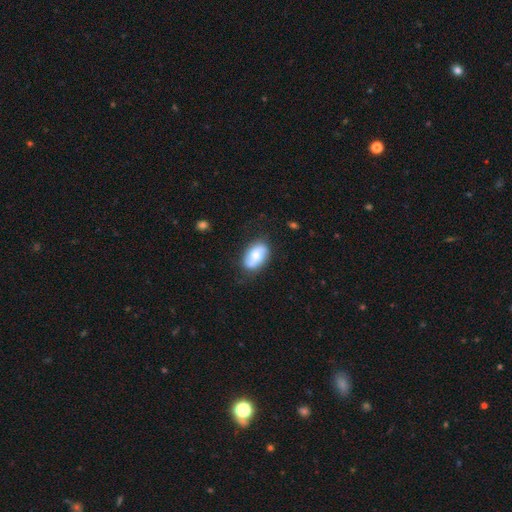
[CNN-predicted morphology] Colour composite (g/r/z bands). It shows a smooth galaxy with no disk features (48%). Merging: none (74%).